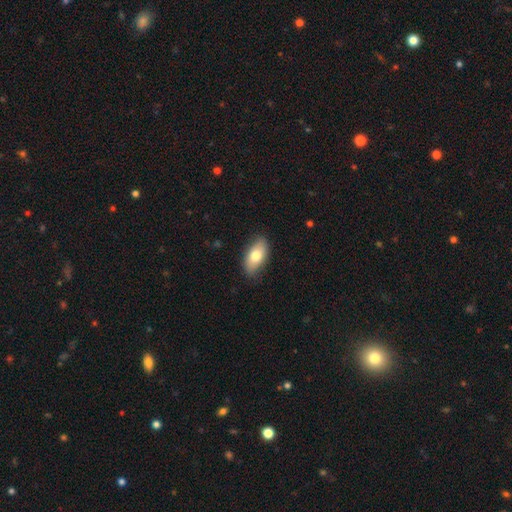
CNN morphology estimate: This appears to be a smooth galaxy with no disk features (75%) that is in between round and cigar-shaped (91%). Merging: none (85%).